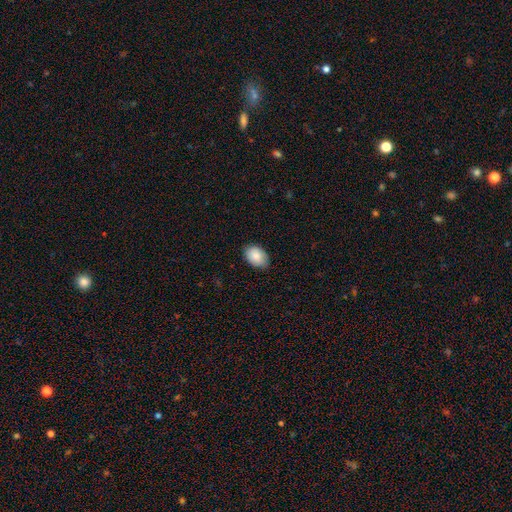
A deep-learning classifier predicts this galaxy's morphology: Smooth or featured?
  - smooth: 84% *
  - featured or disk: 9%
  - star or artifact: 7%
How rounded?
  - in between: 81% *
  - round: 18%
  - cigar-shaped: 1%
Merging?
  - none: 81% *
  - minor disturbance: 16%
  - major disturbance: 2%
  - merger: 1%